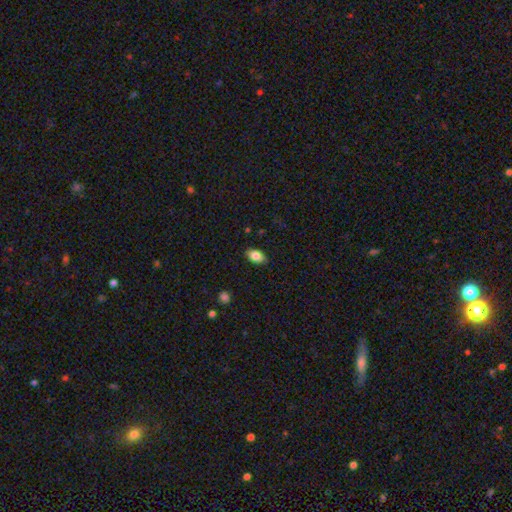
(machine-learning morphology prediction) Overall: smooth (83%). How rounded: in between (91%). Merging: none (86%).